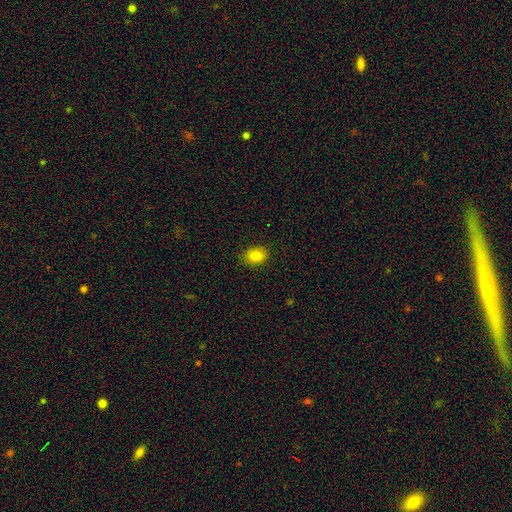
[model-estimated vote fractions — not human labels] Smooth or featured: smooth — 86% (star or artifact — 10%)
How rounded: in between — 69% (round — 30%)
Merging: none — 87% (minor disturbance — 10%)